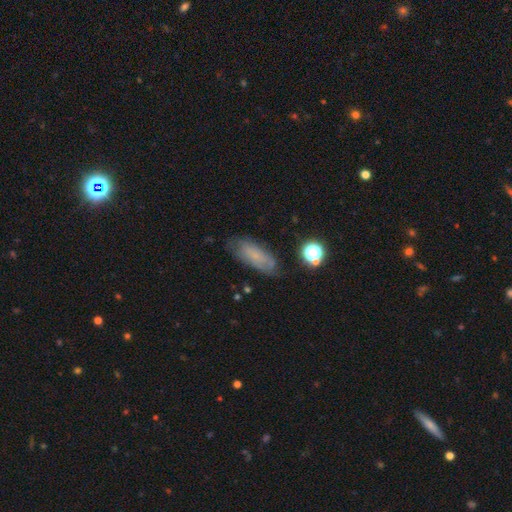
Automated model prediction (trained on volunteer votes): Smooth or featured? Predicted: smooth (p=0.59). How rounded? Predicted: in between (p=0.74). Merging? Predicted: none (p=0.68).